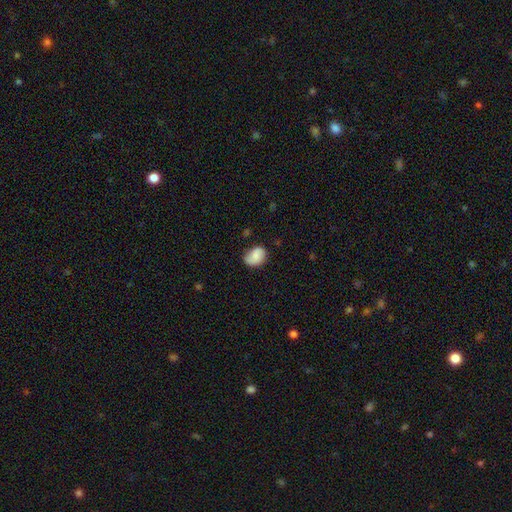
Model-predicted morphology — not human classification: smooth-or-featured: smooth: 79% | featured or disk: 13% | star or artifact: 8%
  how-rounded: in between: 68% | round: 31% | cigar-shaped: 1%
  merging: none: 69% | minor disturbance: 24% | major disturbance: 5% | merger: 2%